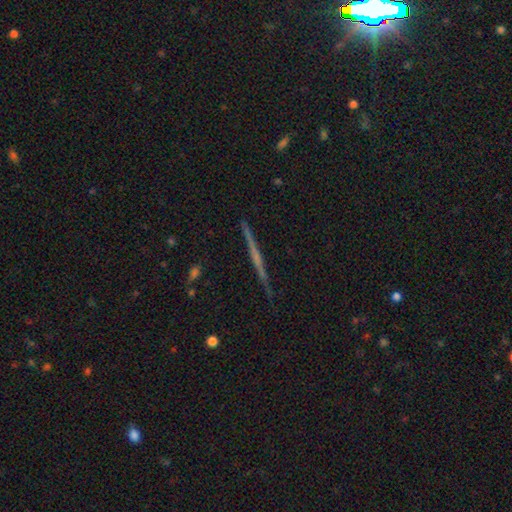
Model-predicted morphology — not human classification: A featured or disk galaxy (66%) viewed edge-on (98%) with no central bulge (75%).

Vote fractions:
- Smooth or featured? featured or disk: 66% / smooth: 26% / star or artifact: 8%
- Edge-on disk? yes: 98% / no: 2%
- Edge-on bulge? none: 75% / rounded: 18% / boxy: 7%
- Merging? none: 92% / minor disturbance: 6% / major disturbance: 1% / merger: 1%